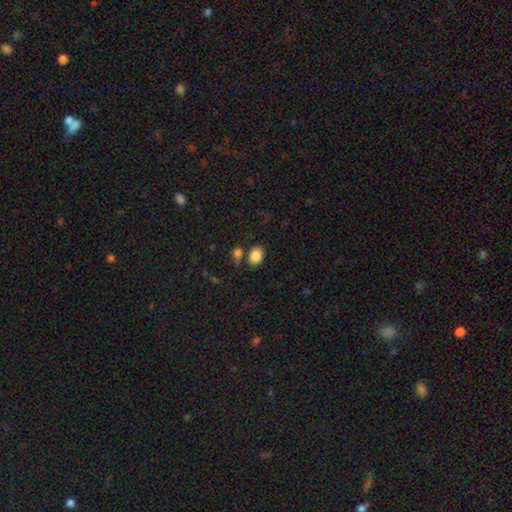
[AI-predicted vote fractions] Smooth or featured? smooth (86%)
How rounded? in between (69%)
Merging? none (69%)